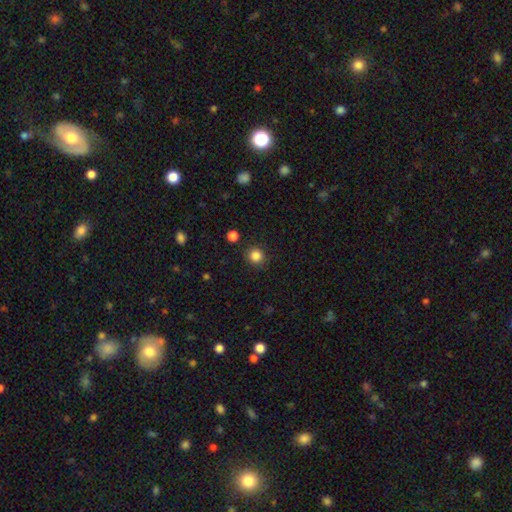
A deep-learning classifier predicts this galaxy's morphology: Smooth or featured? smooth (85%)
How rounded? round (90%)
Merging? none (89%)